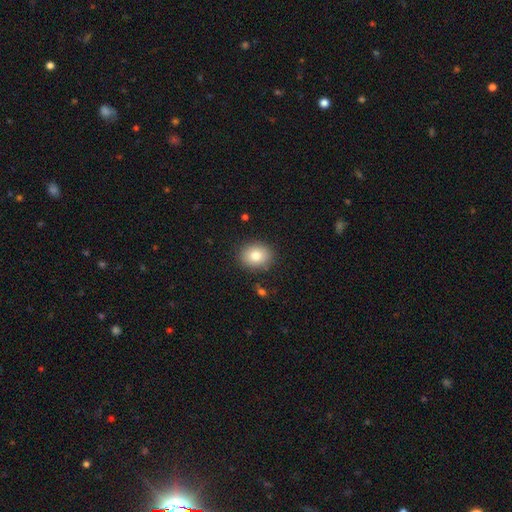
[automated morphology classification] Q: Smooth or featured?
A: smooth (81%); runner-up: featured or disk (10%)
Q: How rounded?
A: round (61%); runner-up: in between (38%)
Q: Merging?
A: none (88%); runner-up: minor disturbance (8%)